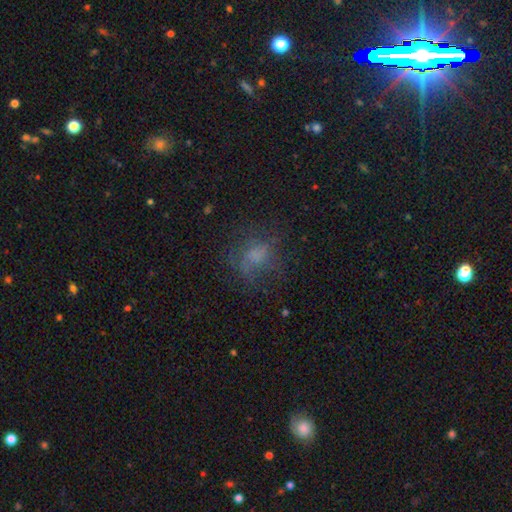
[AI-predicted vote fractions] This is possibly a smooth galaxy (48%). Merging: possibly none (53%).